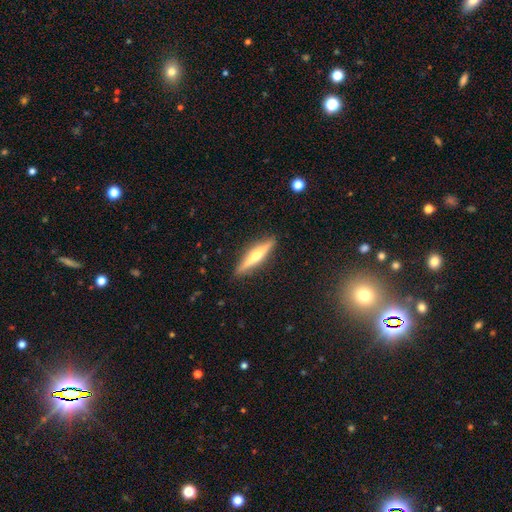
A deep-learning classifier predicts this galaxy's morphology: Smooth or featured?
  - featured or disk: 65% *
  - smooth: 30%
  - star or artifact: 6%
Edge-on disk?
  - yes: 97% *
  - no: 3%
Edge-on bulge?
  - rounded: 89% *
  - none: 7%
  - boxy: 4%
Merging?
  - none: 91% *
  - minor disturbance: 7%
  - major disturbance: 1%
  - merger: 1%